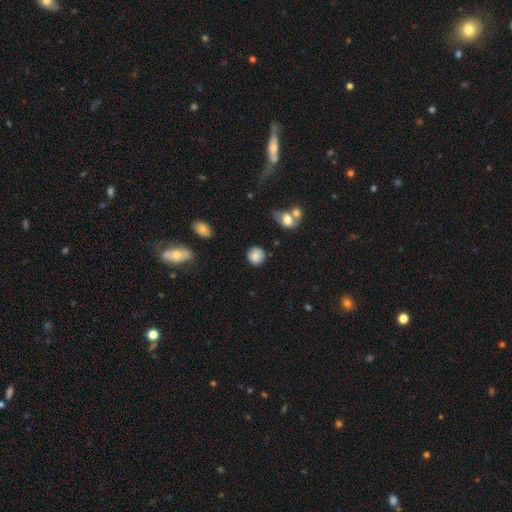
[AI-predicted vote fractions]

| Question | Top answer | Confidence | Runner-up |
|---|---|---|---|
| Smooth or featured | smooth | 84% | star or artifact (9%) |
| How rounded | round | 87% | in between (12%) |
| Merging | none | 80% | minor disturbance (13%) |